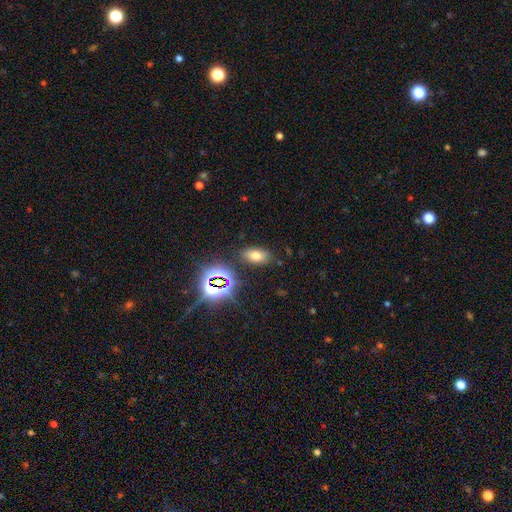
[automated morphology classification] A smooth galaxy with no disk features (65%) that is in between round and cigar-shaped (89%). Merging: none (82%).